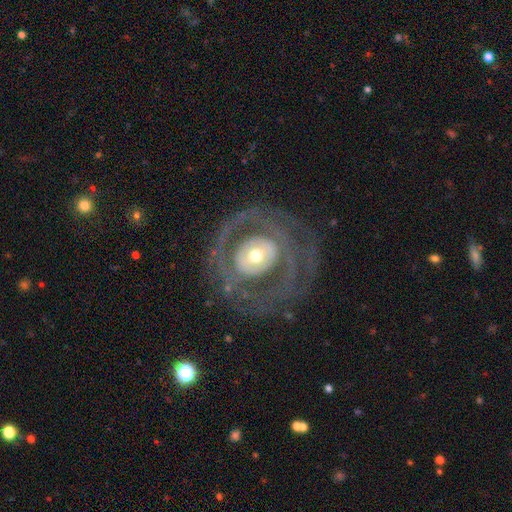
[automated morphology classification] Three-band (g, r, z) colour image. It shows a featured or disk galaxy (76%) with no bar (68%), spiral arms (58%) and a moderate central bulge (59%). Merging: none (69%).